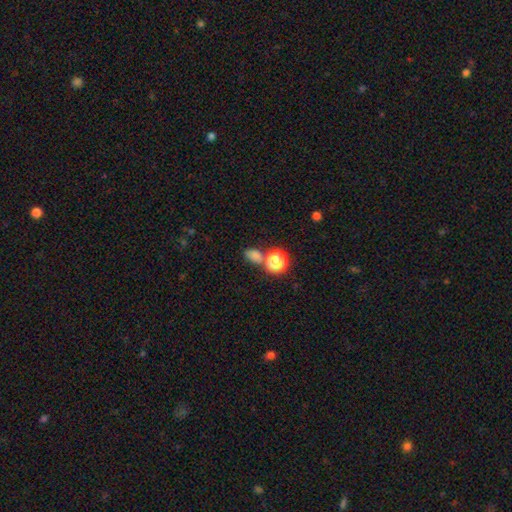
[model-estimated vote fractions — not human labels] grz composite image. It shows a smooth galaxy with no disk features (68%) that is in between round and cigar-shaped (58%). Merging: none (56%).